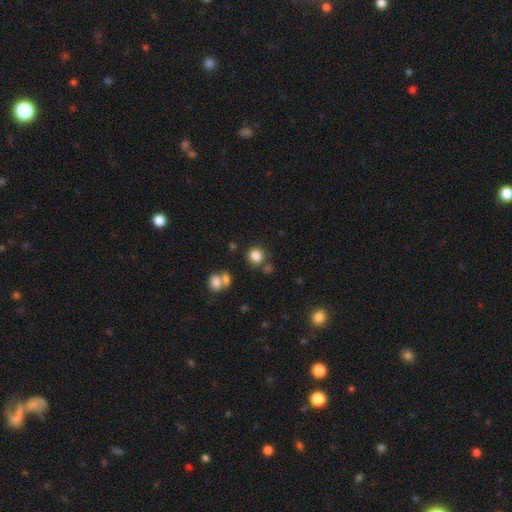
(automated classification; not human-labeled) smooth_or_featured: smooth (p=0.83) [alt: star or artifact p=0.11]
how_rounded: round (p=0.84) [alt: in between p=0.15]
merging: none (p=0.74) [alt: merger p=0.11]